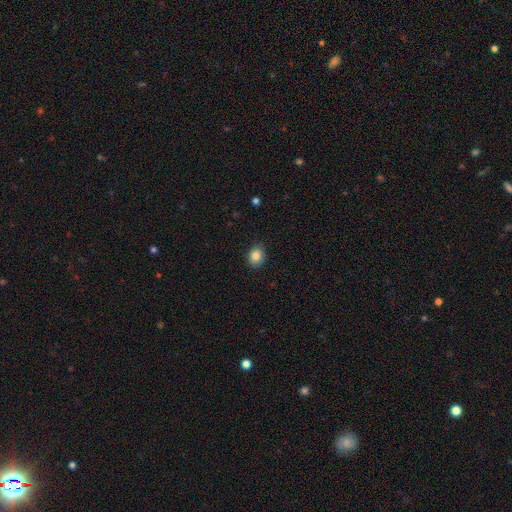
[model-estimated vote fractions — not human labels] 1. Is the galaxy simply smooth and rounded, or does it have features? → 84% smooth, 9% star or artifact, 7% featured or disk.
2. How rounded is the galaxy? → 54% round, 45% in between, 1% cigar-shaped.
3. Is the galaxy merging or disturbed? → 88% none, 9% minor disturbance, 2% major disturbance, 1% merger.